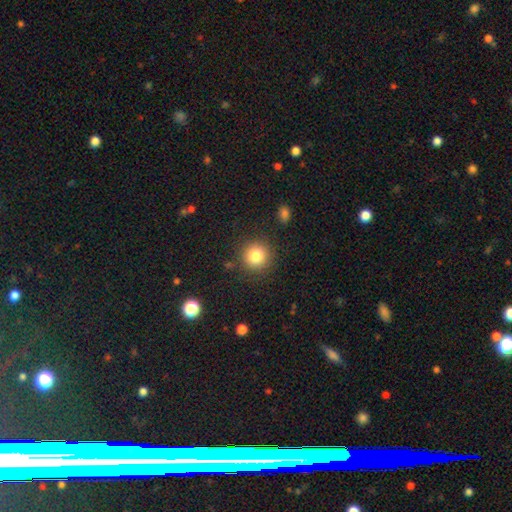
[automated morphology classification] Smooth or featured: smooth — 82% (star or artifact — 11%)
How rounded: round — 94% (in between — 5%)
Merging: none — 88% (minor disturbance — 7%)